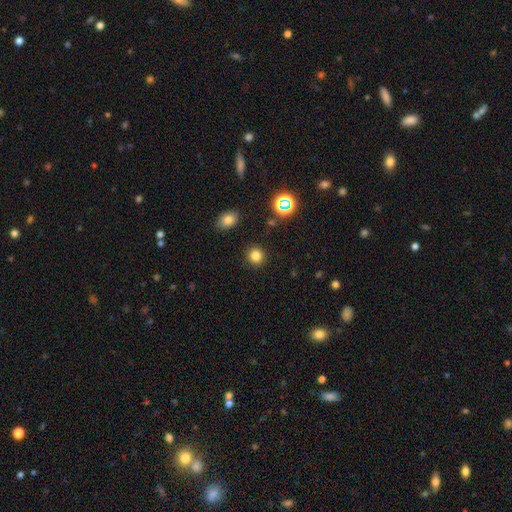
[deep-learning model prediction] Smooth or featured: smooth — 80% (star or artifact — 15%)
How rounded: round — 87% (in between — 12%)
Merging: none — 90% (minor disturbance — 6%)